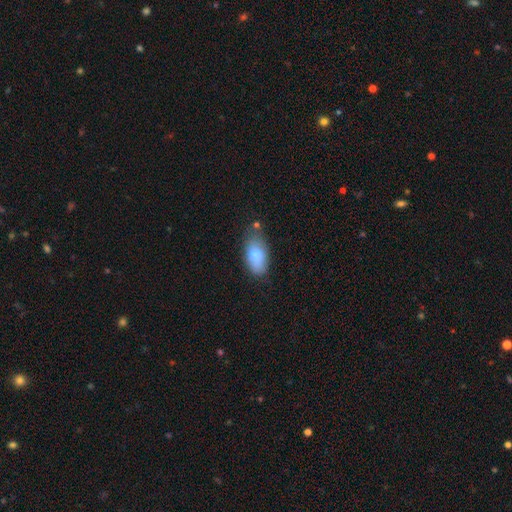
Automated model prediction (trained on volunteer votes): The model was most divided on "merging": none: 60%, minor disturbance: 27%, major disturbance: 7%, merger: 6%. More confident: how rounded — in between (93%); smooth or featured — smooth (81%).